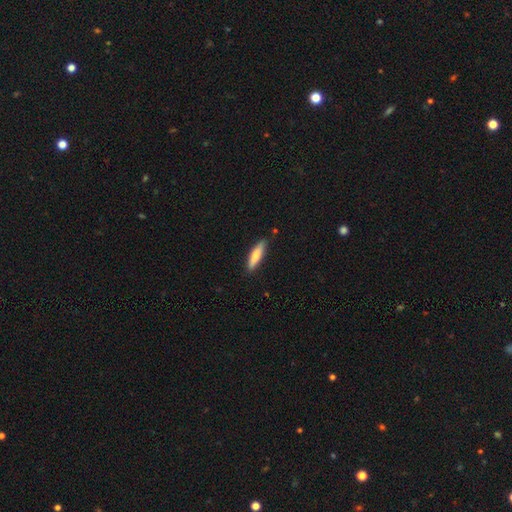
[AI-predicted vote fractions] The model was most divided on "smooth or featured": smooth: 69%, featured or disk: 26%, star or artifact: 5%. More confident: merging — none (86%); how rounded — cigar-shaped (75%).